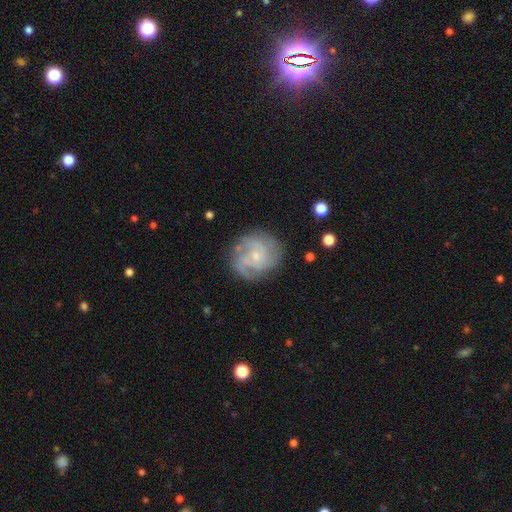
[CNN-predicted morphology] Smooth or featured?
  - featured or disk: 81% *
  - smooth: 12%
  - star or artifact: 6%
Edge-on disk?
  - no: 98% *
  - yes: 2%
Bar?
  - no: 68% *
  - weak: 29%
  - strong: 4%
Spiral arms?
  - yes: 94% *
  - no: 6%
Spiral winding?
  - tight: 50% *
  - medium: 40%
  - loose: 11%
Spiral arm count?
  - 3: 32% *
  - can't tell: 25%
  - 2: 16%
  - 4: 16%
  - more than 4: 6%
  - 1: 6%
Bulge size?
  - small: 75% *
  - moderate: 18%
  - none: 5%
  - large: 1%
  - dominant: 1%
Merging?
  - none: 76% *
  - minor disturbance: 15%
  - major disturbance: 7%
  - merger: 2%